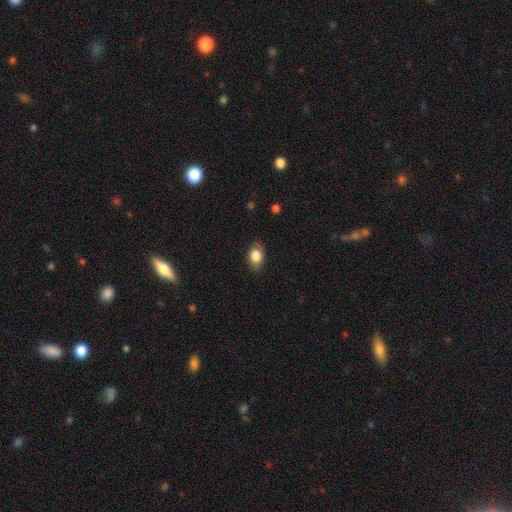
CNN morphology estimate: Smooth or featured?
  - smooth: 82% *
  - featured or disk: 9%
  - star or artifact: 8%
How rounded?
  - in between: 75% *
  - round: 23%
  - cigar-shaped: 2%
Merging?
  - none: 80% *
  - minor disturbance: 16%
  - major disturbance: 3%
  - merger: 1%